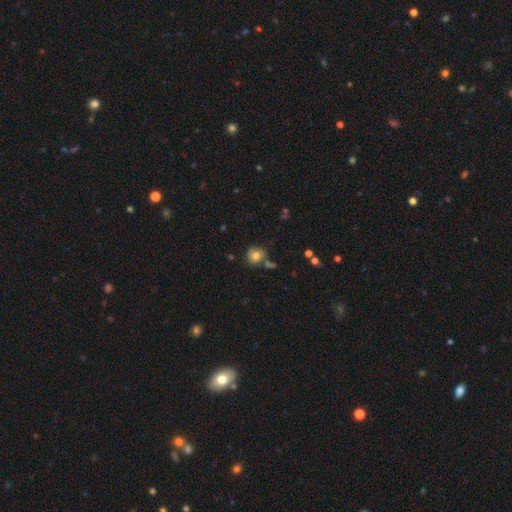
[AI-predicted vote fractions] Q: Smooth or featured?
A: smooth (76%); runner-up: featured or disk (13%)
Q: How rounded?
A: round (83%); runner-up: in between (16%)
Q: Merging?
A: none (64%); runner-up: minor disturbance (18%)